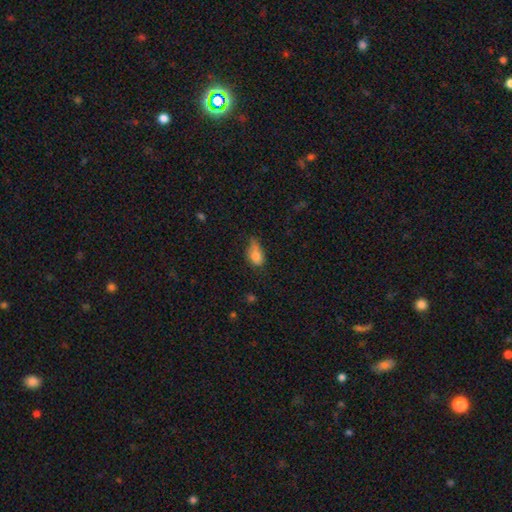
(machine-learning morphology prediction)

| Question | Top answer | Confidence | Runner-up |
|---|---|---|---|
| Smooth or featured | smooth | 77% | featured or disk (13%) |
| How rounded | in between | 80% | round (18%) |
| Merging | minor disturbance | 41% | none (31%) |